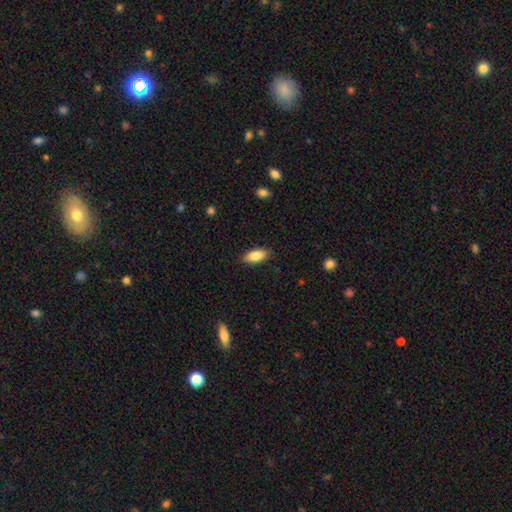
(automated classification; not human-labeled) The model was most divided on "how rounded": in between: 87%, cigar-shaped: 10%, round: 2%. More confident: merging — none (87%); smooth or featured — smooth (86%).